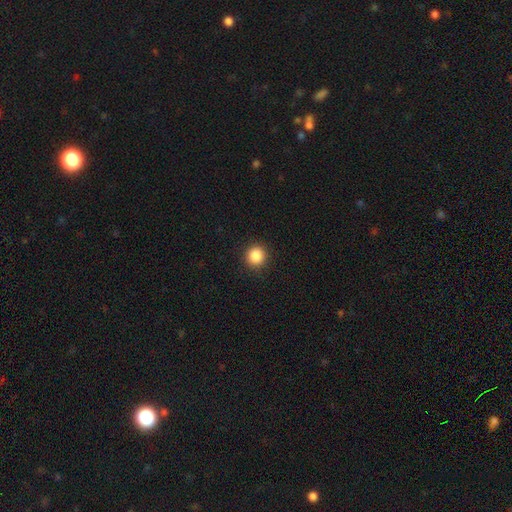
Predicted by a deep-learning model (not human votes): Q: Smooth or featured?
A: smooth (87%); runner-up: star or artifact (10%)
Q: How rounded?
A: round (93%); runner-up: in between (6%)
Q: Merging?
A: none (91%); runner-up: minor disturbance (6%)